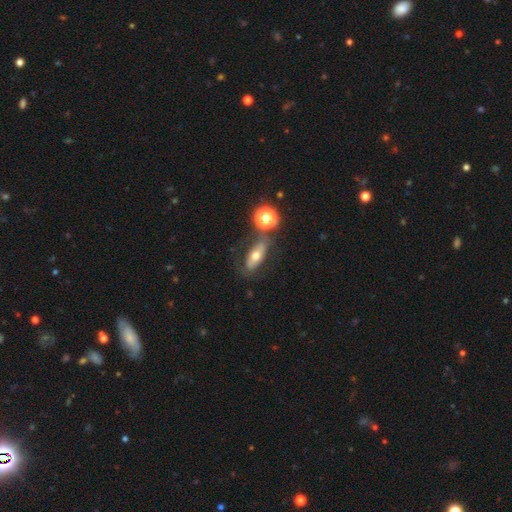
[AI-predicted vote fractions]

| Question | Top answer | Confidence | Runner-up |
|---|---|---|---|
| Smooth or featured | smooth | 54% | featured or disk (35%) |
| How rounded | in between | 66% | cigar-shaped (27%) |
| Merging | none | 65% | minor disturbance (17%) |